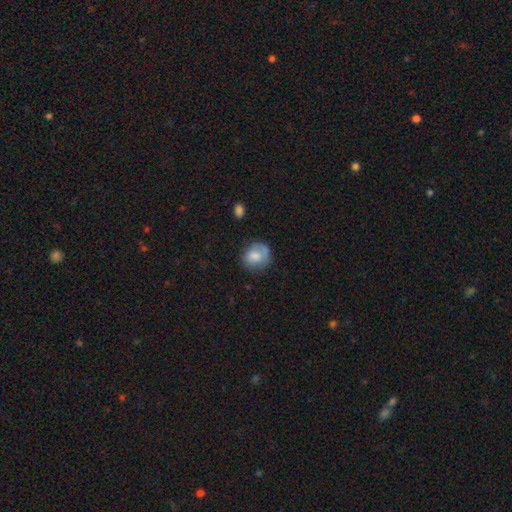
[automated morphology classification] Smooth or featured?
  - smooth: 71% *
  - featured or disk: 22%
  - star or artifact: 8%
How rounded?
  - round: 72% *
  - in between: 27%
  - cigar-shaped: 1%
Merging?
  - none: 61% *
  - minor disturbance: 25%
  - major disturbance: 11%
  - merger: 3%